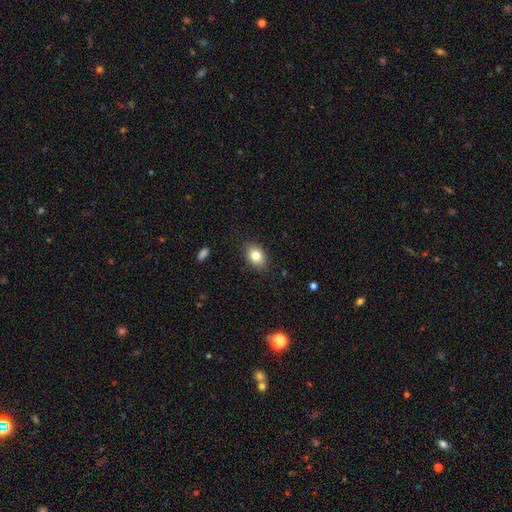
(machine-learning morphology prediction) Smooth or featured?
  - smooth: 82% *
  - featured or disk: 9%
  - star or artifact: 9%
How rounded?
  - in between: 76% *
  - round: 23%
  - cigar-shaped: 1%
Merging?
  - none: 86% *
  - minor disturbance: 11%
  - major disturbance: 3%
  - merger: 1%